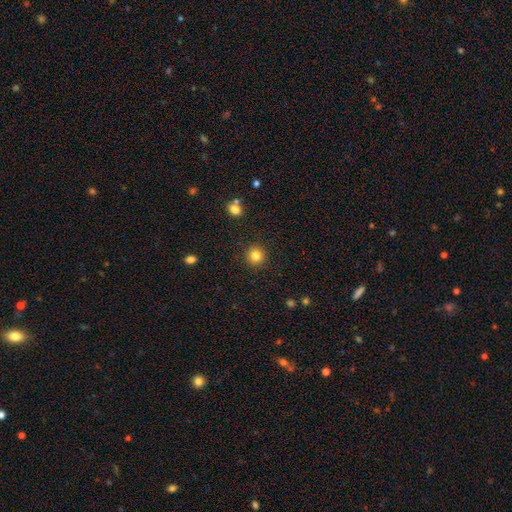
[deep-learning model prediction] This appears to be a smooth galaxy with no disk features (83%) that is round (94%). Merging: none (91%).